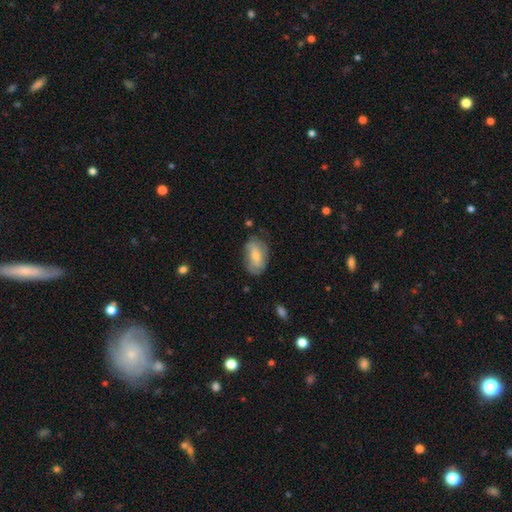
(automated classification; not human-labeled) The model was most divided on "smooth or featured": smooth: 60%, featured or disk: 33%, star or artifact: 7%. More confident: how rounded — in between (90%); merging — none (68%).